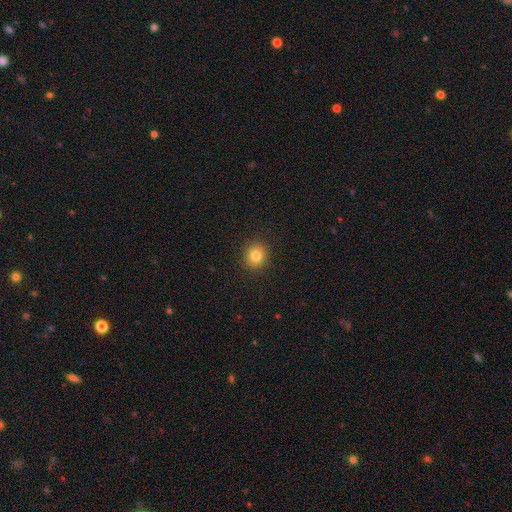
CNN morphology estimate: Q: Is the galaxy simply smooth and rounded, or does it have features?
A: smooth — 81%.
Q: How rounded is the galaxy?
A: round — 83%.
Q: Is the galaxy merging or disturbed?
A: none — 90%.